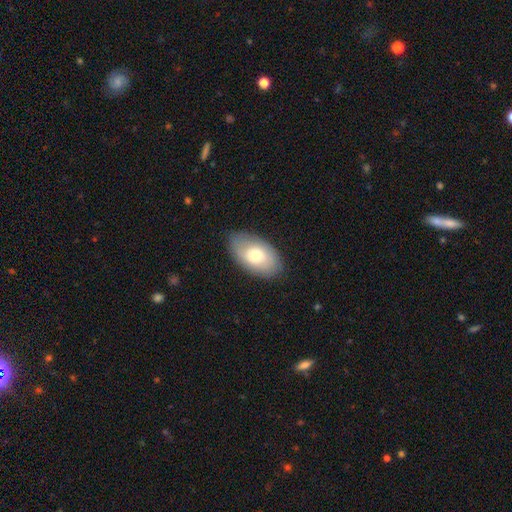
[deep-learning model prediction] Smooth or featured: smooth — 69% (featured or disk — 24%)
How rounded: in between — 93% (round — 6%)
Merging: none — 82% (minor disturbance — 13%)